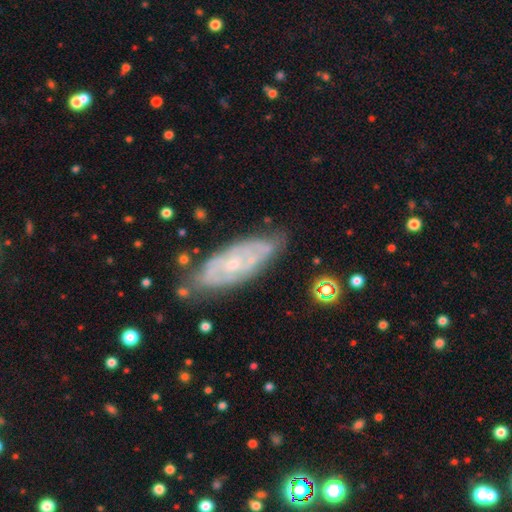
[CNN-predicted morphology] Smooth or featured: featured or disk — 71% (smooth — 22%)
Edge-on disk: no — 89% (yes — 11%)
Bar: no — 78% (weak — 18%)
Spiral arms: yes — 68% (no — 32%)
Bulge size: small — 71% (moderate — 23%)
Merging: none — 63% (minor disturbance — 25%)